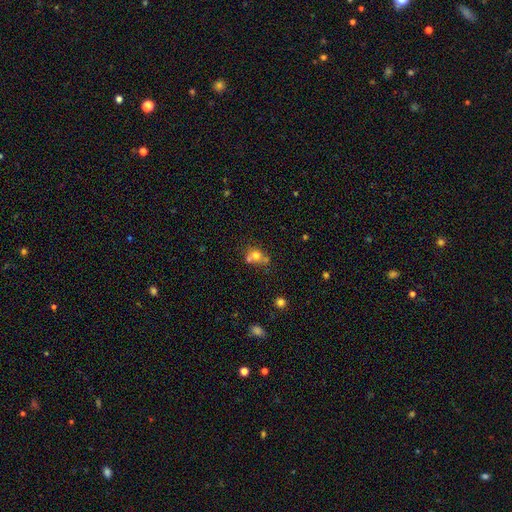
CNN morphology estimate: smooth-or-featured: smooth: 69% | featured or disk: 17% | star or artifact: 14%
  how-rounded: round: 72% | in between: 27% | cigar-shaped: 1%
  merging: merger: 43% | none: 42% | minor disturbance: 11% | major disturbance: 5%